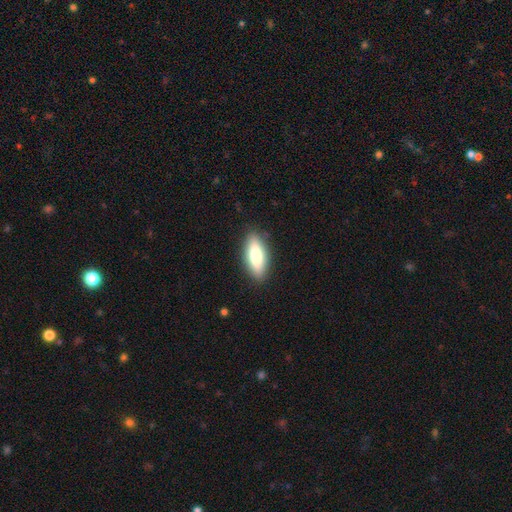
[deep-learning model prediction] The model was most divided on "how rounded": in between: 68%, cigar-shaped: 30%, round: 2%. More confident: merging — none (87%); smooth or featured — smooth (72%).